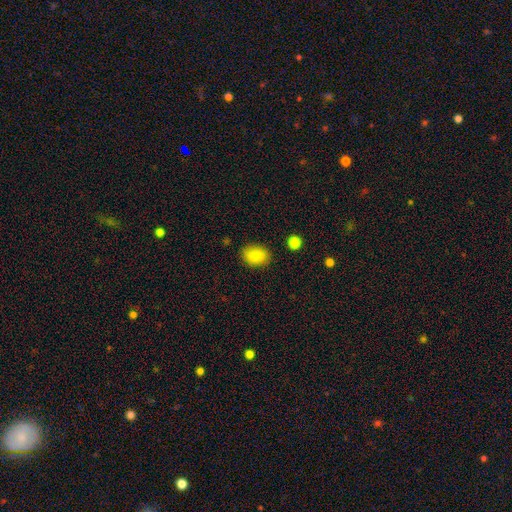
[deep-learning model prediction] smooth_or_featured: smooth (p=0.85) [alt: star or artifact p=0.08]
how_rounded: in between (p=0.72) [alt: round p=0.27]
merging: none (p=0.86) [alt: minor disturbance p=0.10]